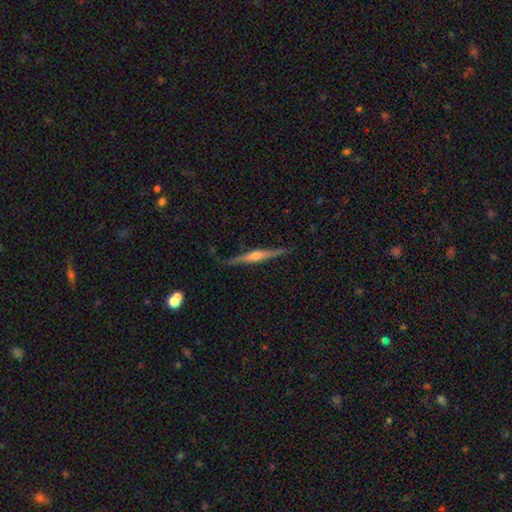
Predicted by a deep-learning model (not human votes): A featured or disk galaxy (81%) viewed edge-on (98%) with a rounded central bulge (83%). Merging: none (88%).